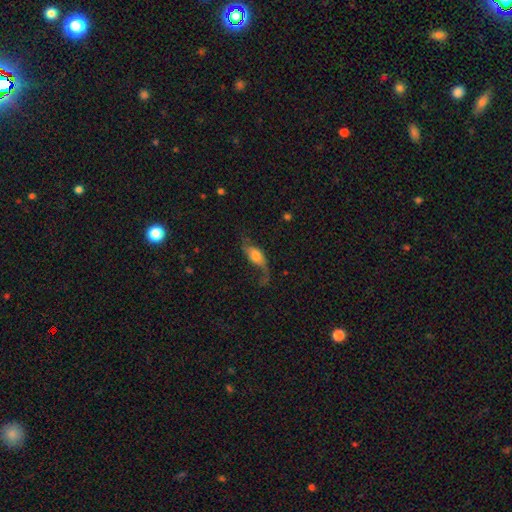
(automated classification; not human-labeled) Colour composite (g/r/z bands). It shows a featured or disk galaxy (57%). Merging: none (46%).